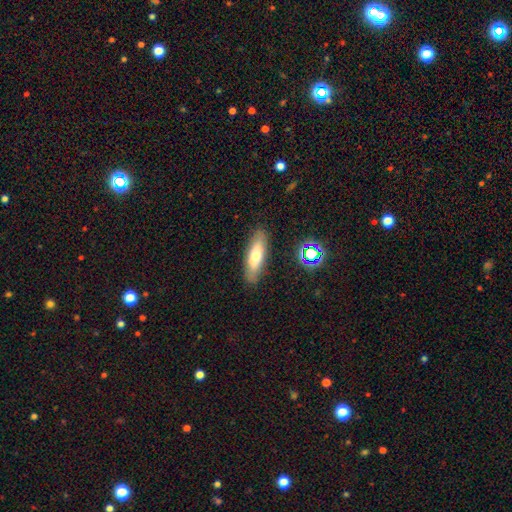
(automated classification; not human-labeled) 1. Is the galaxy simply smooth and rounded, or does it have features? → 64% smooth, 27% featured or disk, 9% star or artifact.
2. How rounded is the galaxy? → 51% cigar-shaped, 46% in between, 3% round.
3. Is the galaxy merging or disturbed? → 86% none, 10% minor disturbance, 2% major disturbance, 2% merger.